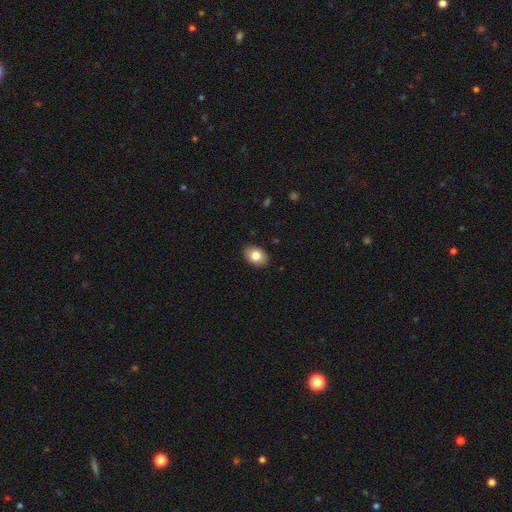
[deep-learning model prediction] Overall: smooth (82%). How rounded: in between (77%). Merging: none (89%).